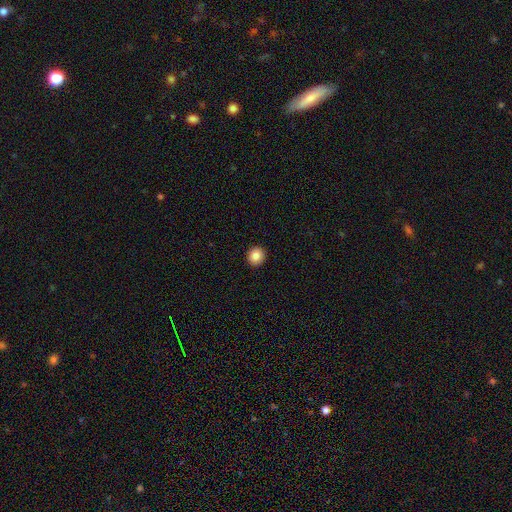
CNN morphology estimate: Smooth or featured? Predicted: smooth (p=0.86). How rounded? Predicted: round (p=0.90). Merging? Predicted: none (p=0.93).